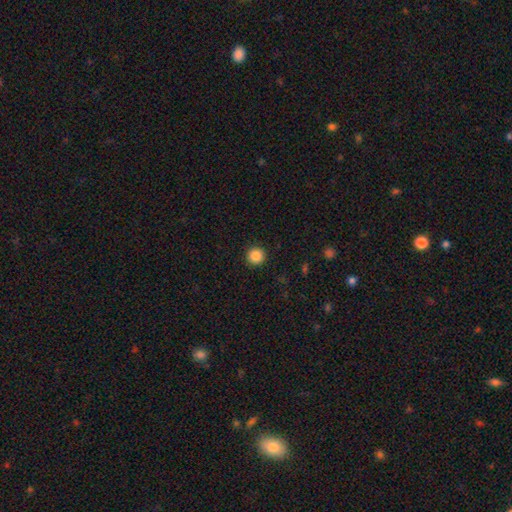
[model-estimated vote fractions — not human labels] smooth 87%, star or artifact 10%, featured or disk 3%. Down the decision tree: how rounded — round (96%); merging — none (93%).